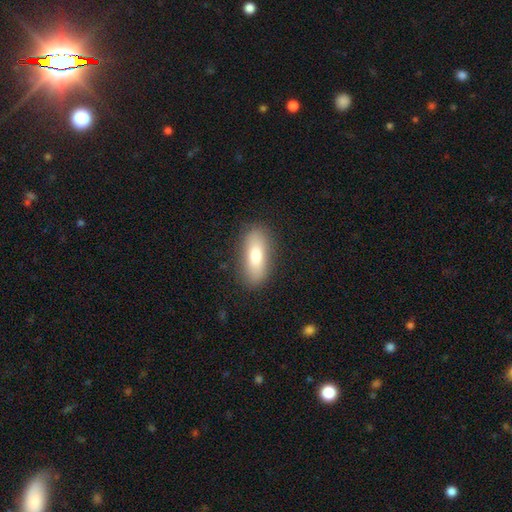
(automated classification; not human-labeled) smooth_or_featured: smooth (p=0.76) [alt: featured or disk p=0.17]
how_rounded: in between (p=0.69) [alt: cigar-shaped p=0.28]
merging: none (p=0.86) [alt: minor disturbance p=0.10]